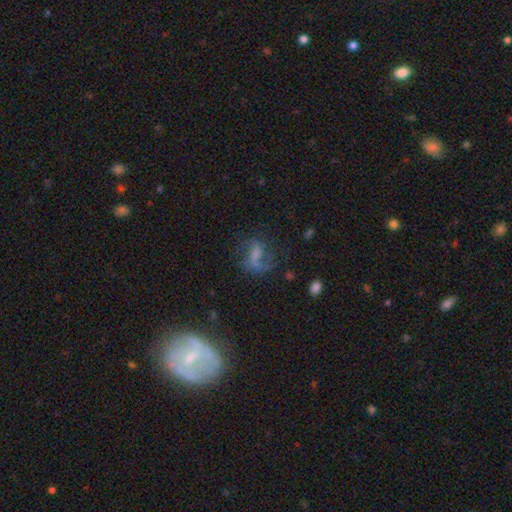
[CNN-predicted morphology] type=featured or disk (56%); edge-on=no (97%); bar=no (42%); spiral arms=yes (78%); bulge=none (48%); merging=none (44%).